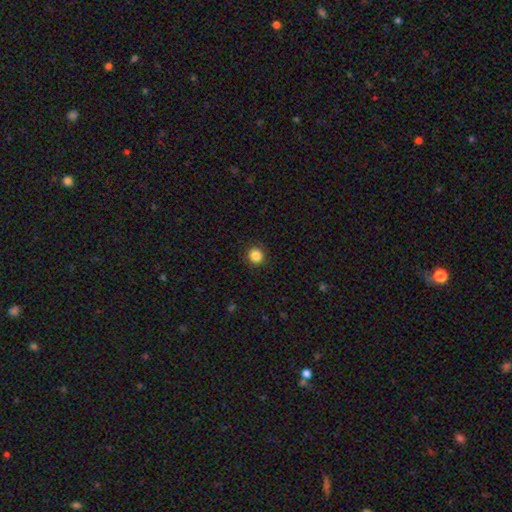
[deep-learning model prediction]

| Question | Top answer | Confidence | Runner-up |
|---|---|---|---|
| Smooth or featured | smooth | 86% | star or artifact (10%) |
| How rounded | round | 92% | in between (7%) |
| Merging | none | 91% | minor disturbance (6%) |